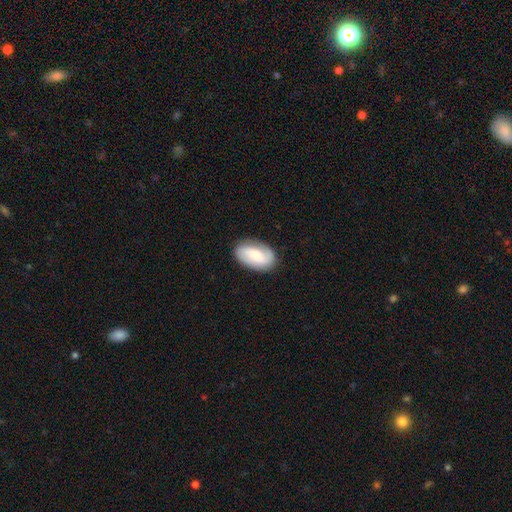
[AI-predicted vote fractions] This is possibly a featured or disk galaxy (47%). Merging: clearly none (83%).